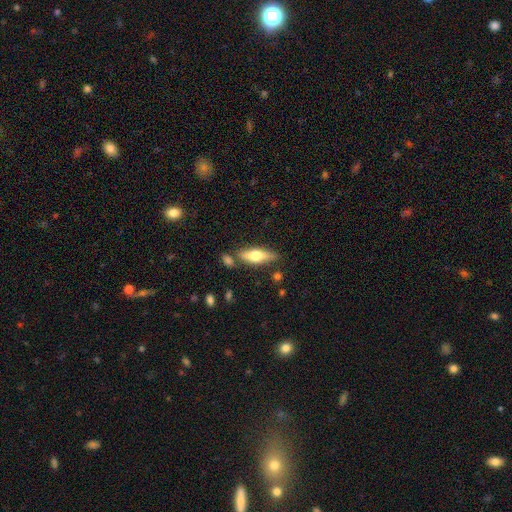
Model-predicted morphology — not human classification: A smooth galaxy with no disk features (52%) that is cigar-shaped (50%).

Vote fractions:
- Smooth or featured? smooth: 52% / featured or disk: 42% / star or artifact: 6%
- How rounded? cigar-shaped: 50% / in between: 47% / round: 3%
- Merging? none: 74% / minor disturbance: 14% / merger: 8% / major disturbance: 4%